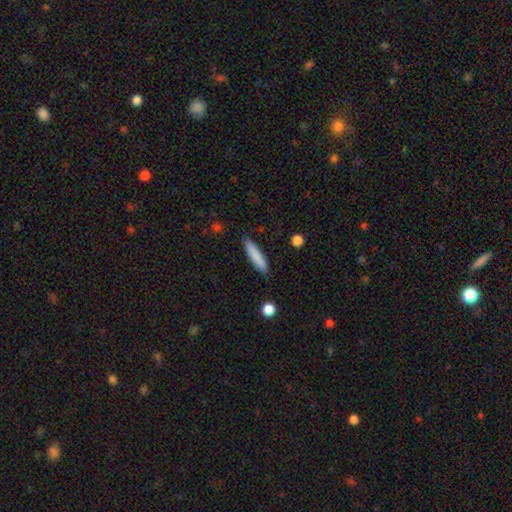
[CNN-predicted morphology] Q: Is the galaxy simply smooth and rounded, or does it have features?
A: smooth — 84%.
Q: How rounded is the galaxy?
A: cigar-shaped — 87%.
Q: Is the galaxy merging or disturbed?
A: none — 89%.